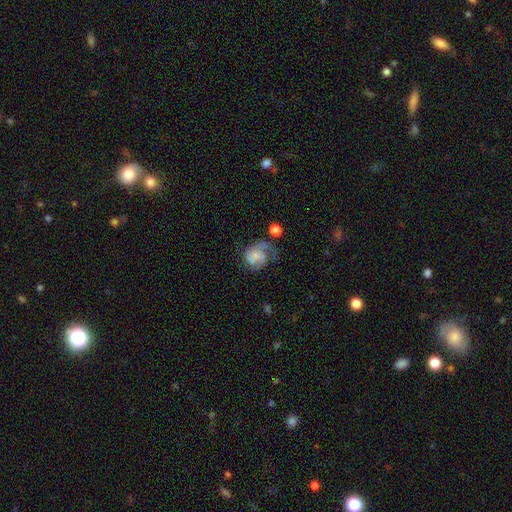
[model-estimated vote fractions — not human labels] featured or disk 58%, smooth 34%, star or artifact 8%. Down the decision tree: edge-on disk — no (98%); bar — no (74%); spiral arms — yes (86%); bulge size — small (54%); merging — none (36%).